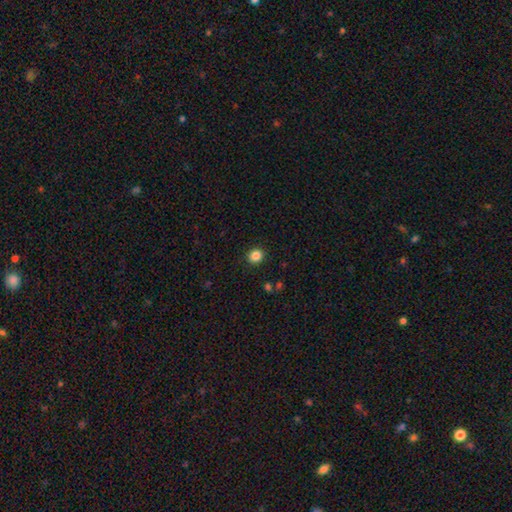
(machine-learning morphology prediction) smooth_or_featured: smooth (p=0.85) [alt: star or artifact p=0.11]
how_rounded: round (p=0.80) [alt: in between p=0.19]
merging: none (p=0.91) [alt: minor disturbance p=0.06]